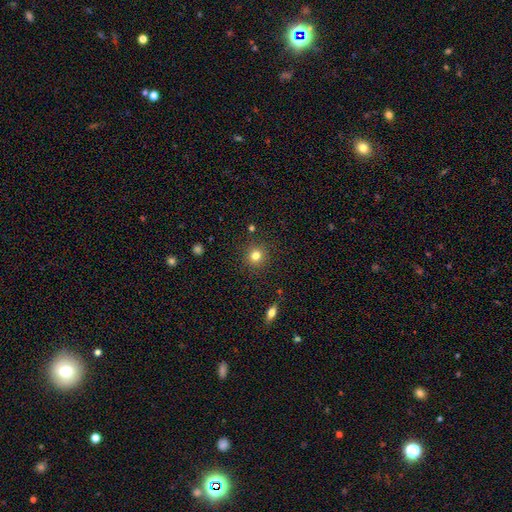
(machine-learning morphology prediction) Q: Smooth or featured?
A: smooth (80%); runner-up: star or artifact (13%)
Q: How rounded?
A: round (92%); runner-up: in between (7%)
Q: Merging?
A: none (89%); runner-up: minor disturbance (6%)